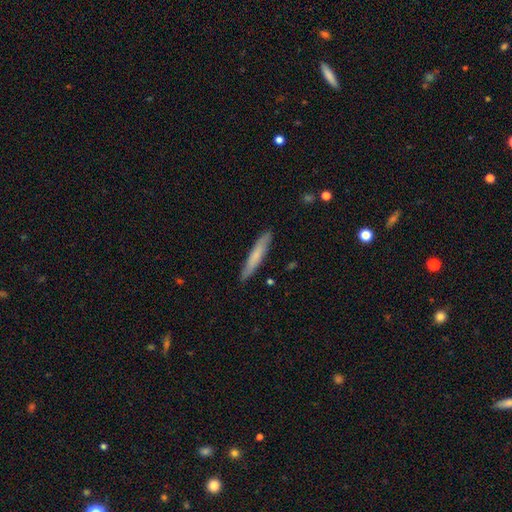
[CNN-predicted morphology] Smooth or featured? Predicted: smooth (p=0.70). How rounded? Predicted: cigar-shaped (p=0.93). Merging? Predicted: none (p=0.88).